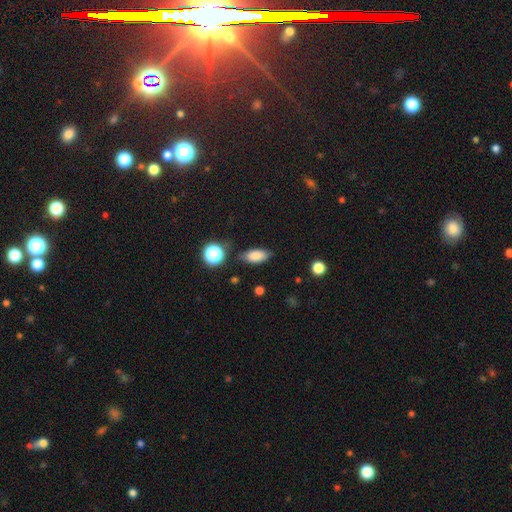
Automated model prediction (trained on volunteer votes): smooth 83%, star or artifact 9%, featured or disk 8%. Down the decision tree: how rounded — in between (87%); merging — none (80%).